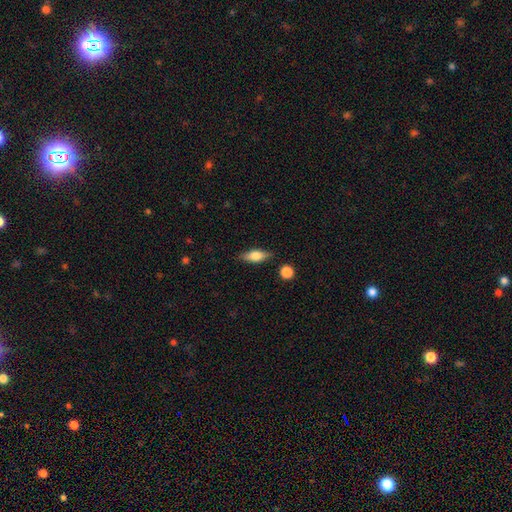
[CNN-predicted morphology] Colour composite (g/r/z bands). It shows a smooth galaxy with no disk features (64%) that is in between round and cigar-shaped (69%). Merging: none (82%).